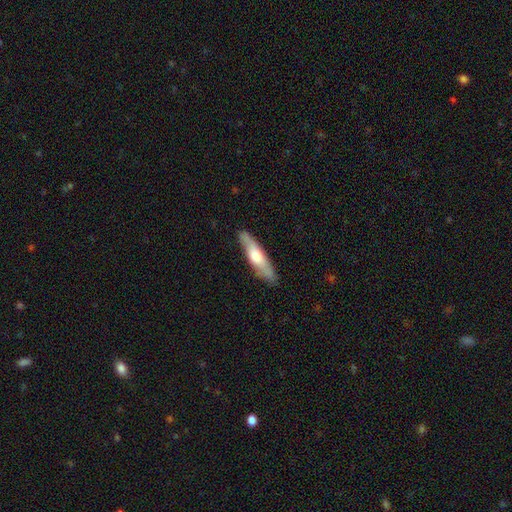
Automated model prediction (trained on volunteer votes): Smooth or featured? Predicted: smooth (p=0.50). How rounded? Predicted: cigar-shaped (p=0.82). Merging? Predicted: none (p=0.85).